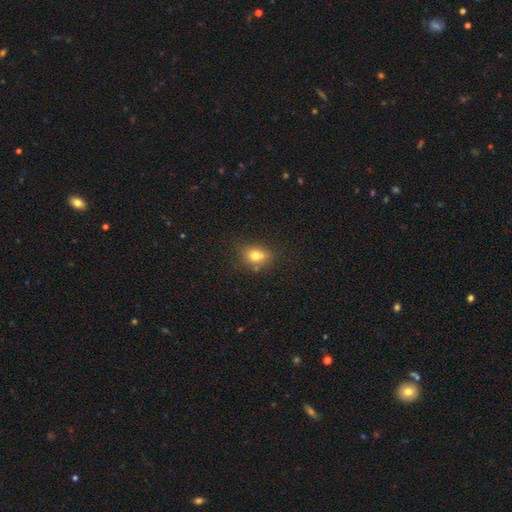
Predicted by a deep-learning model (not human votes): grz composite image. It shows a smooth galaxy with no disk features (74%) that is in between round and cigar-shaped (50%). Merging: none (65%).